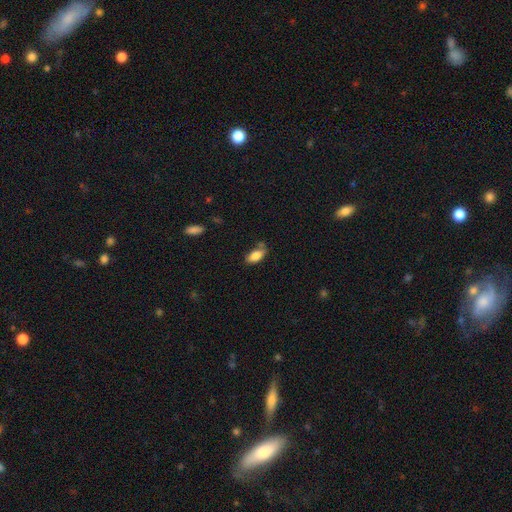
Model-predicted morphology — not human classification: The model was most divided on "merging": none: 61%, minor disturbance: 24%, merger: 9%, major disturbance: 6%. More confident: how rounded — in between (89%); smooth or featured — smooth (84%).